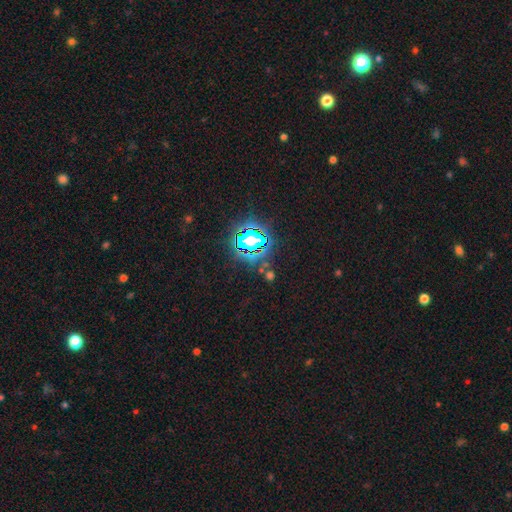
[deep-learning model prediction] A star or artifact, not a galaxy (82%).

Vote fractions:
- Smooth or featured? star or artifact: 82% / smooth: 11% / featured or disk: 7%